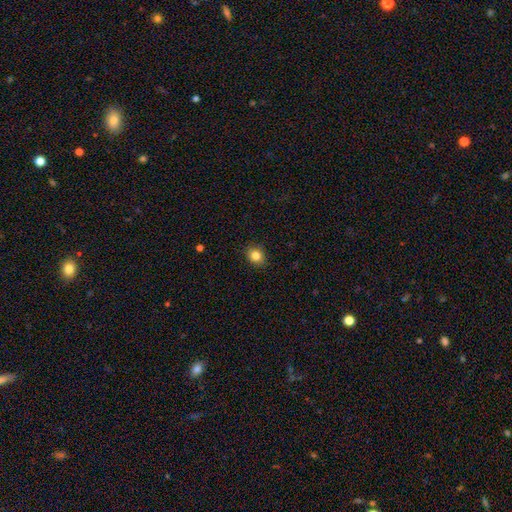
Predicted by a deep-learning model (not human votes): Overall: smooth (84%). How rounded: round (67%; in between 32%). Merging: none (88%).